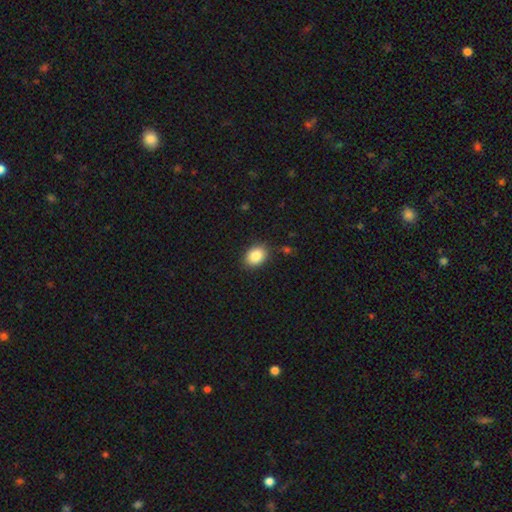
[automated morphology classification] The model was most divided on "how rounded": in between: 67%, round: 32%, cigar-shaped: 1%. More confident: smooth or featured — smooth (87%); merging — none (85%).